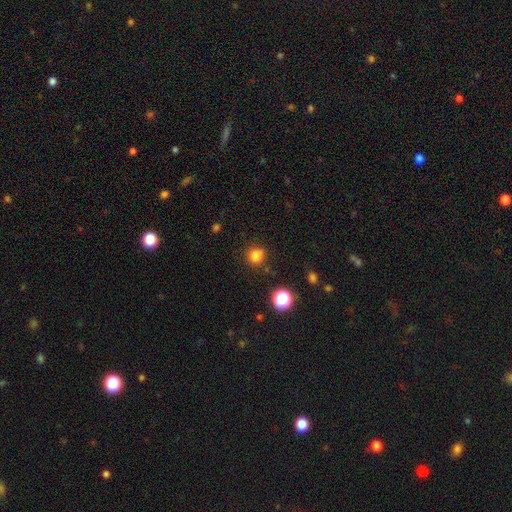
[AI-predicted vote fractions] The model was most divided on "smooth or featured": smooth: 81%, star or artifact: 15%, featured or disk: 5%. More confident: how rounded — round (88%); merging — none (81%).